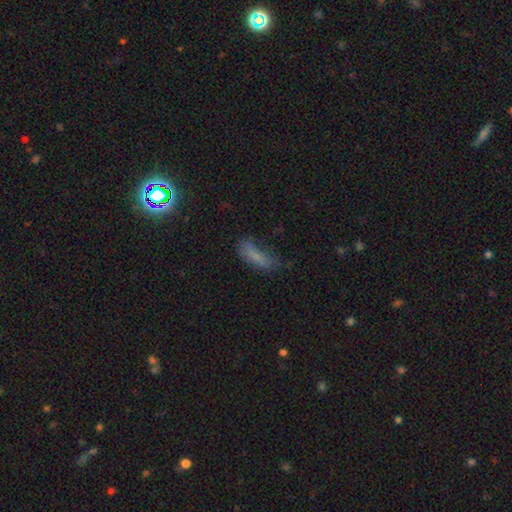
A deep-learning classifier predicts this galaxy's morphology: This is likely a smooth galaxy (70%). How rounded: possibly cigar-shaped (50%). Merging: possibly none (49%).